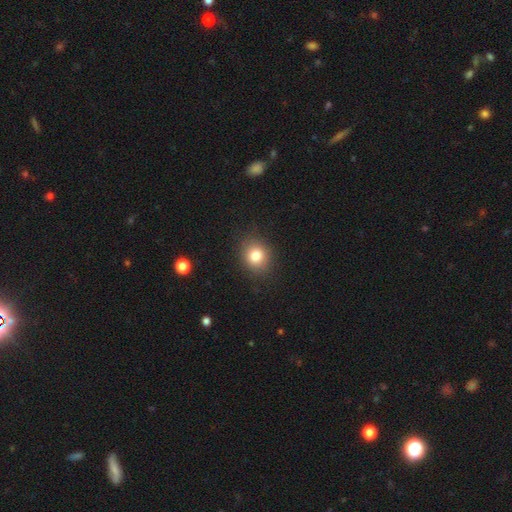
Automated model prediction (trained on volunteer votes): Overall: smooth (81%). How rounded: round (73%). Merging: none (87%).